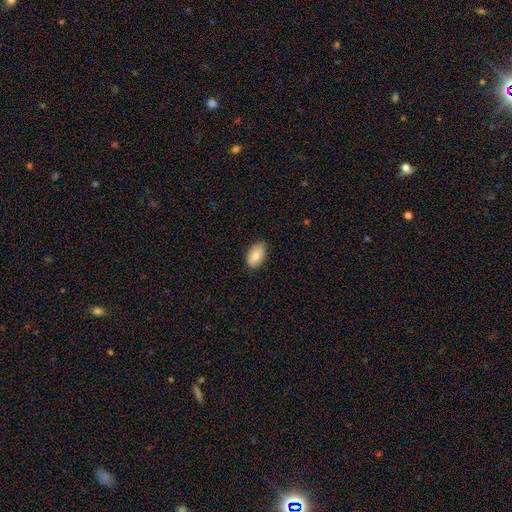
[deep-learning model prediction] This appears to be a smooth galaxy with no disk features (83%) that is in between round and cigar-shaped (93%). Merging: none (86%).